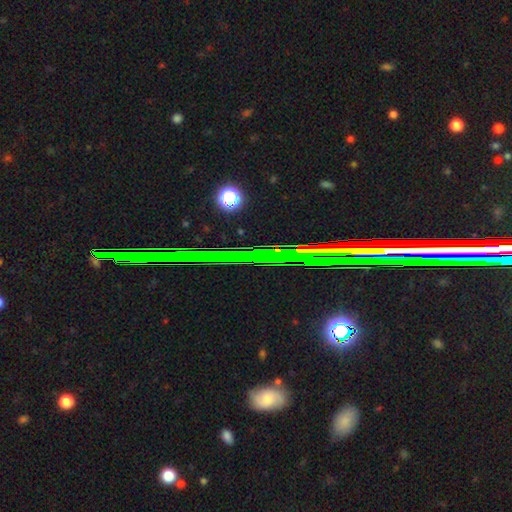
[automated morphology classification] star or artifact 77%, featured or disk 13%, smooth 10%.